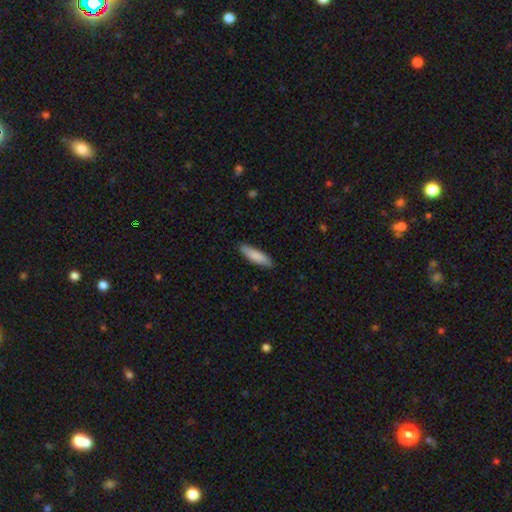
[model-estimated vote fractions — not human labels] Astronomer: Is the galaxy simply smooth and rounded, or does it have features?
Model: smooth — 84%.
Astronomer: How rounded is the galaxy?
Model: cigar-shaped — 68%.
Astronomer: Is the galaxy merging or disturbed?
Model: none — 86%.